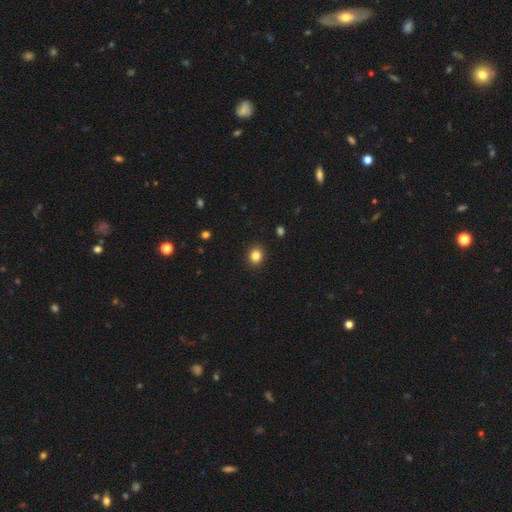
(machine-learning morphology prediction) smooth 84%, star or artifact 11%, featured or disk 5%. Down the decision tree: how rounded — round (71%); merging — none (91%).